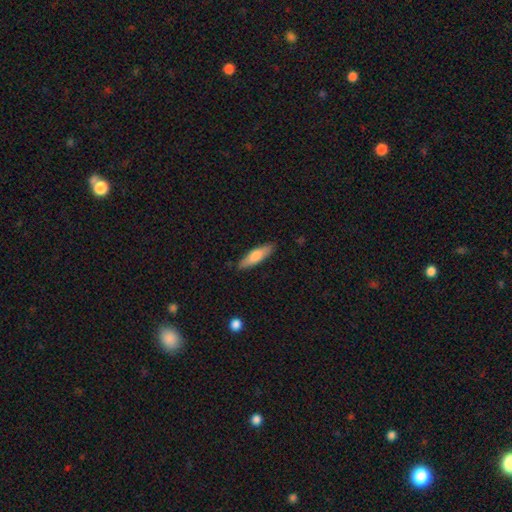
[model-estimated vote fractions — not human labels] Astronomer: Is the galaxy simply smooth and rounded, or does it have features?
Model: smooth — 71%.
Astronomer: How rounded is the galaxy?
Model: cigar-shaped — 61% (runner-up: in between, 37%).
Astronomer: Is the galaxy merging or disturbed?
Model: none — 86%.